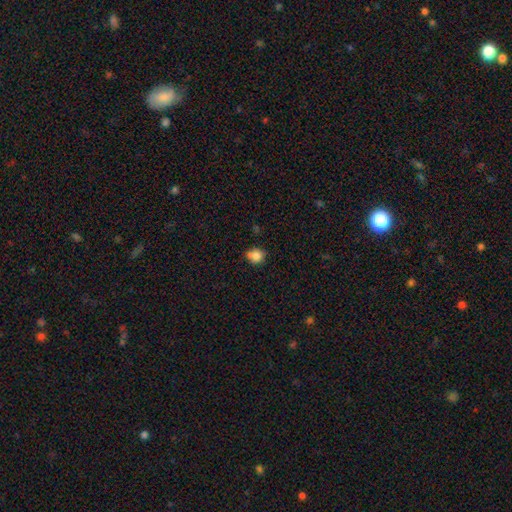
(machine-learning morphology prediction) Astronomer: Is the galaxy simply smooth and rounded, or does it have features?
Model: smooth — 82%.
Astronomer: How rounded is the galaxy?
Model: round — 78%.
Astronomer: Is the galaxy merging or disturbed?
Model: none — 64%.